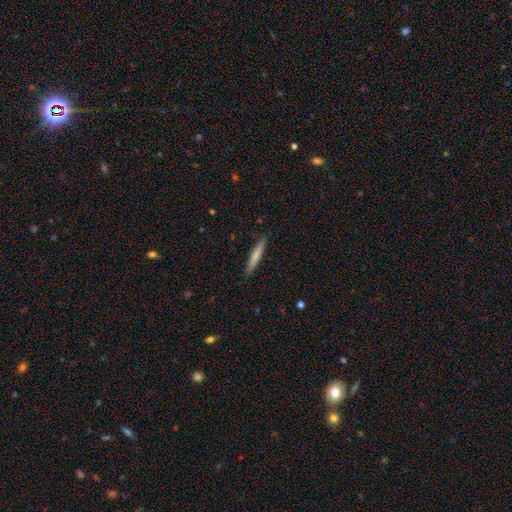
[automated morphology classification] This is likely a smooth galaxy (70%). How rounded: clearly cigar-shaped (94%). Merging: clearly none (88%).